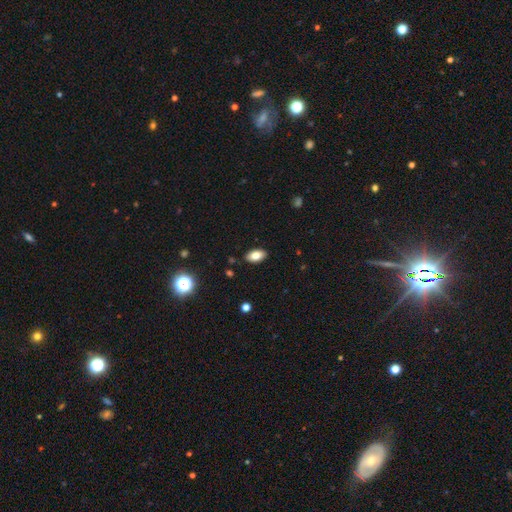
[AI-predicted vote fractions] Smooth or featured: smooth — 80% (featured or disk — 12%)
How rounded: in between — 93% (round — 4%)
Merging: none — 88% (minor disturbance — 9%)